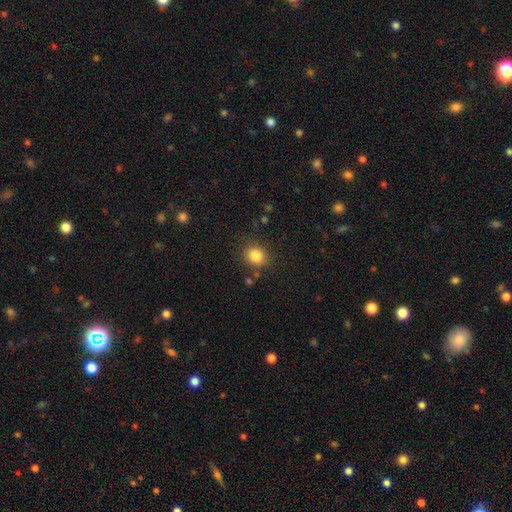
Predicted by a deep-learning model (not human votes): smooth_or_featured: smooth (p=0.84) [alt: star or artifact p=0.11]
how_rounded: round (p=0.79) [alt: in between p=0.21]
merging: none (p=0.84) [alt: minor disturbance p=0.09]